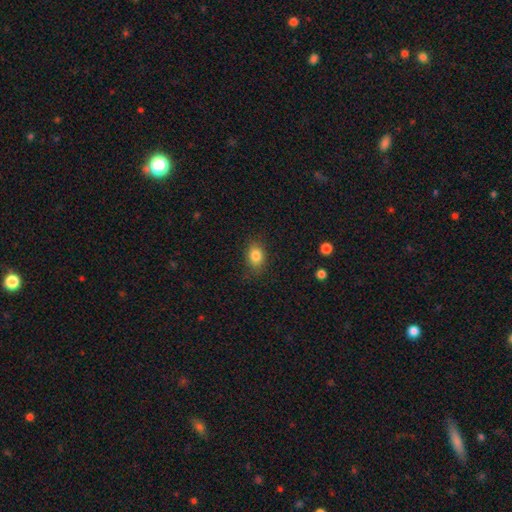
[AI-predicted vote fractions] This appears to be a smooth galaxy with no disk features (84%) that is in between round and cigar-shaped (70%). Merging: none (81%).